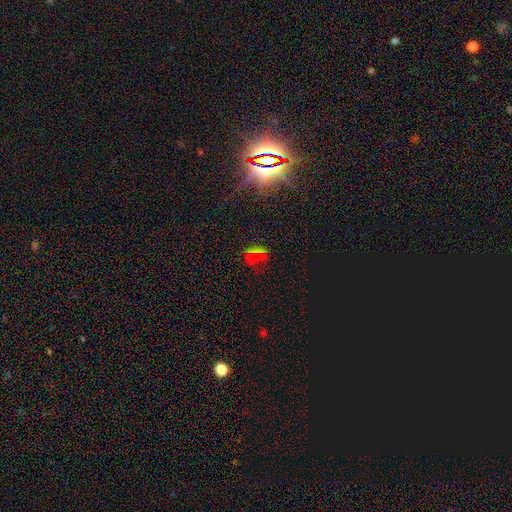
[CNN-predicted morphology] star or artifact 61%, smooth 26%, featured or disk 13%.